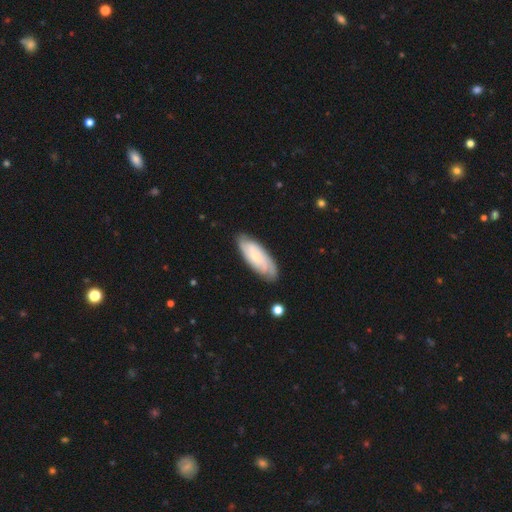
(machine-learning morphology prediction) This is possibly a featured or disk galaxy (58%). It is clearly not viewed edge-on (88%). Bar: likely no (68%). Spiral arm pattern: clearly yes (92%). Central bulge: likely small (65%). Merging: likely none (80%).